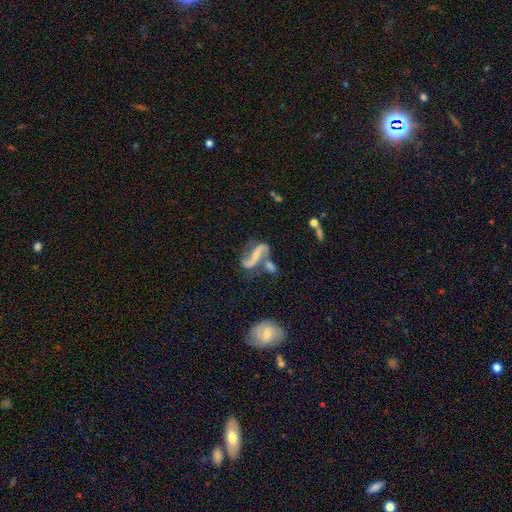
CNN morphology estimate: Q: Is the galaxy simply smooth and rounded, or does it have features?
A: featured or disk — 82%.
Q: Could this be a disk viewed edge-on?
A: no — 94%.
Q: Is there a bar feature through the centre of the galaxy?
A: strong — 37%.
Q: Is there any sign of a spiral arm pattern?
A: yes — 93%.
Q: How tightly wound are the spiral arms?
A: loose — 75%.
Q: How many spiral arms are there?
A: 2 — 91%.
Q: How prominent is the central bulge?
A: small — 55%.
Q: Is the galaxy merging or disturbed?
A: none — 45%.